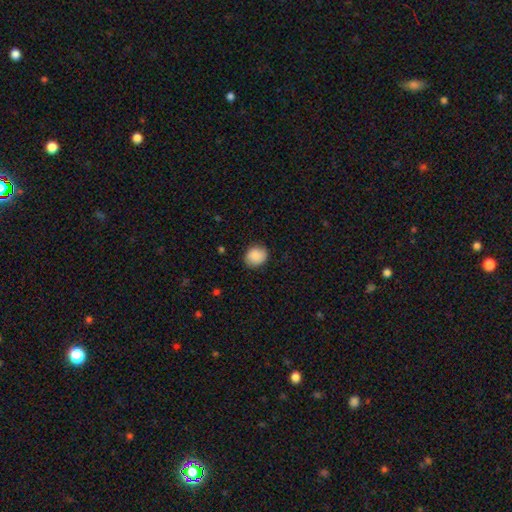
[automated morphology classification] Overall: smooth (89%). How rounded: round (71%). Merging: none (84%).